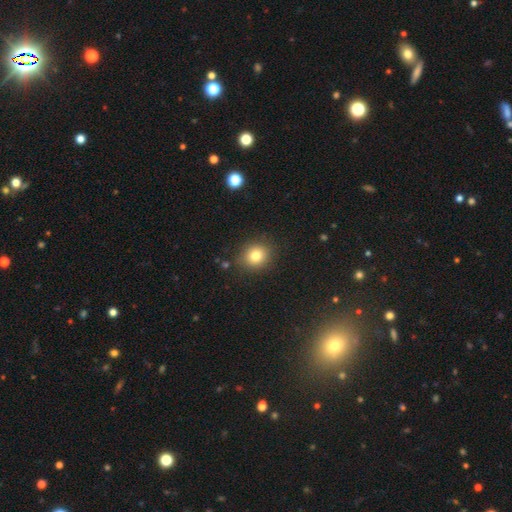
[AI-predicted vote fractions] smooth-or-featured: smooth: 80% | star or artifact: 12% | featured or disk: 8%
  how-rounded: round: 76% | in between: 23% | cigar-shaped: 1%
  merging: none: 86% | minor disturbance: 9% | major disturbance: 3% | merger: 2%